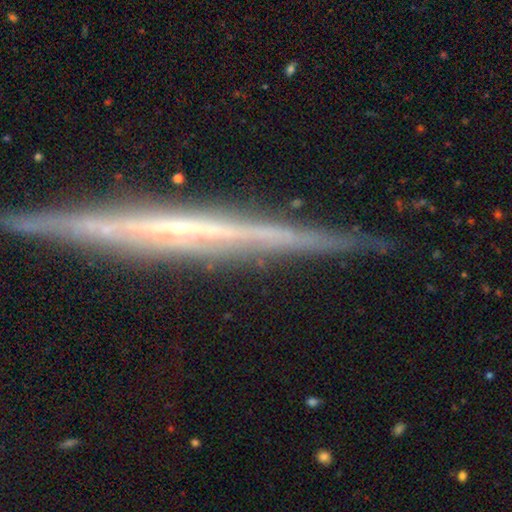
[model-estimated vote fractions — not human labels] A featured or disk galaxy (82%) viewed edge-on (98%) with no central bulge (70%). Merging: none (88%).